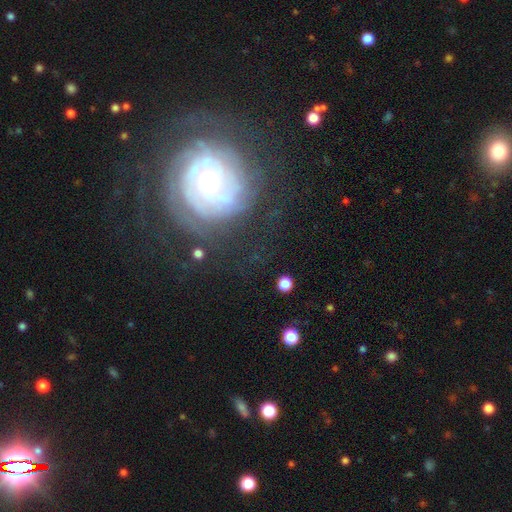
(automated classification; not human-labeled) smooth-or-featured: featured or disk: 80% | star or artifact: 10% | smooth: 10%
  disk-edge-on: no: 97% | yes: 3%
    bar: no: 62% | weak: 25% | strong: 13%
    has-spiral-arms: yes: 94% | no: 6%
      spiral-winding: tight: 81% | medium: 15% | loose: 4%
      spiral-arm-count: can't tell: 31% (tied) | 2: 31% (tied) | 3: 14% | 4: 9% | more than 4: 8% | 1: 7%
    bulge-size: small: 56% | moderate: 37% | large: 4% | dominant: 1% | none: 1%
  merging: none: 76% | minor disturbance: 13% | major disturbance: 9% | merger: 2%